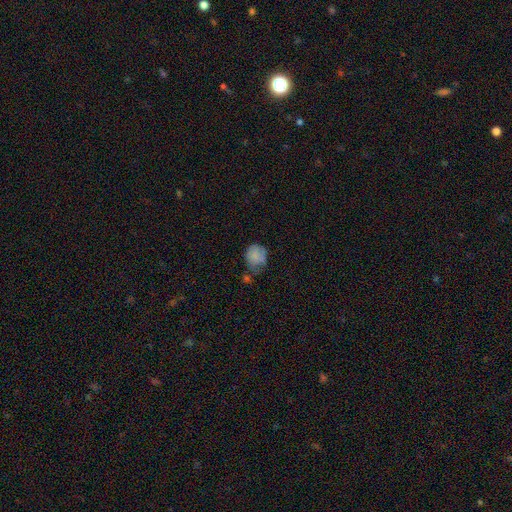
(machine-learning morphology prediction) smooth-or-featured: smooth: 77% | featured or disk: 14% | star or artifact: 9%
  how-rounded: round: 69% | in between: 30% | cigar-shaped: 1%
  merging: none: 42% | minor disturbance: 36% | major disturbance: 15% | merger: 8%